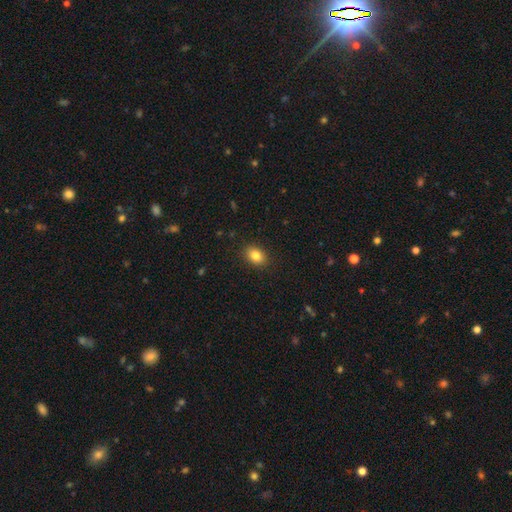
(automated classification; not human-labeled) This is clearly a smooth galaxy (83%). How rounded: likely in between (72%). Merging: clearly none (89%).